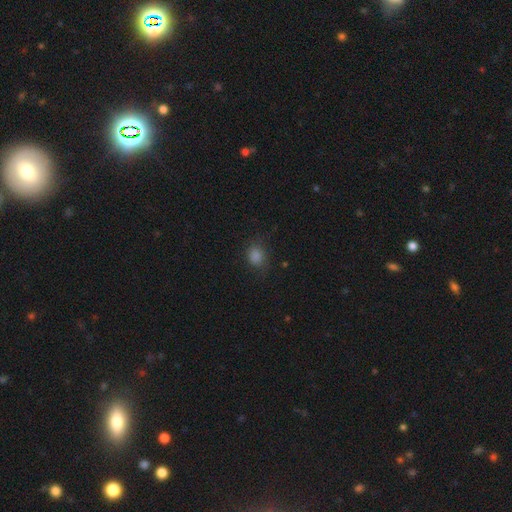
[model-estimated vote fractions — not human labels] This appears to be a smooth galaxy with no disk features (79%) that is round (64%). Merging: none (76%).